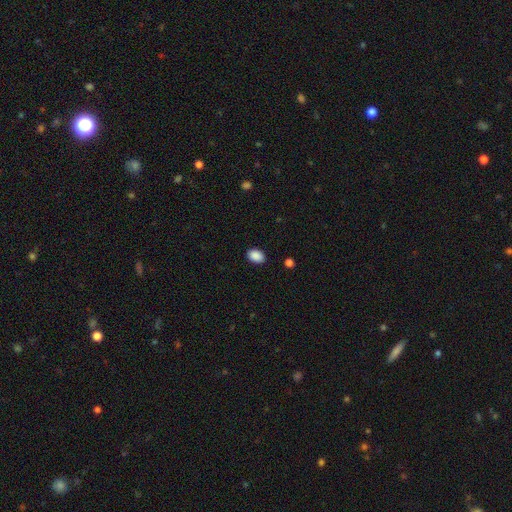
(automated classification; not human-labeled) A smooth galaxy with no disk features (89%) that is in between round and cigar-shaped (82%). Merging: none (88%).